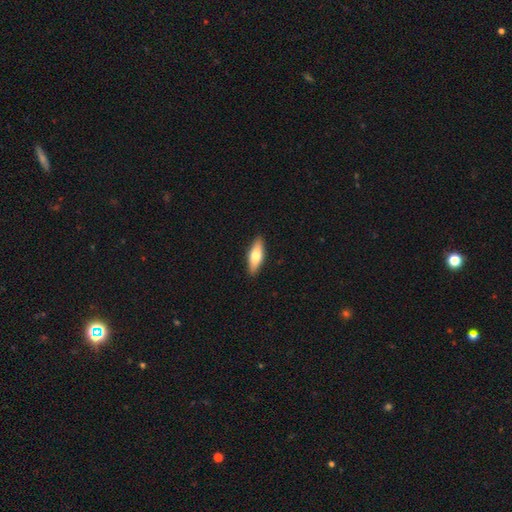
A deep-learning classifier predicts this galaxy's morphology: Smooth or featured?
  - smooth: 65% *
  - featured or disk: 29%
  - star or artifact: 6%
How rounded?
  - in between: 56% *
  - cigar-shaped: 42%
  - round: 2%
Merging?
  - none: 90% *
  - minor disturbance: 7%
  - major disturbance: 2%
  - merger: 1%